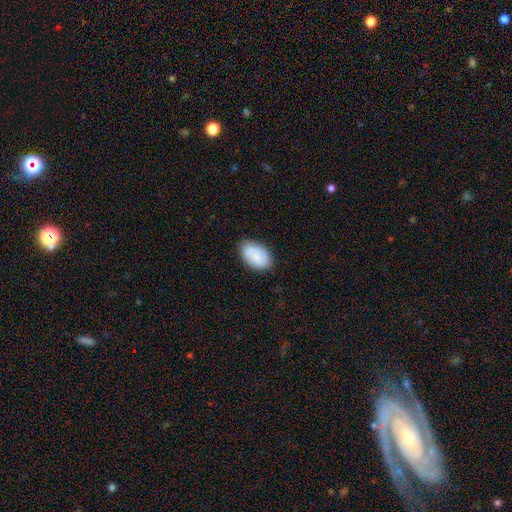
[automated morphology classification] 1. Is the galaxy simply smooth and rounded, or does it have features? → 77% smooth, 16% featured or disk, 7% star or artifact.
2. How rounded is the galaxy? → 91% in between, 8% round, 1% cigar-shaped.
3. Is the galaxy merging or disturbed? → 79% none, 15% minor disturbance, 3% major disturbance, 3% merger.